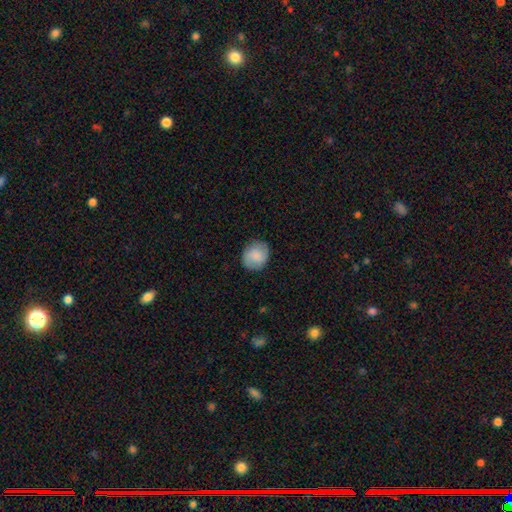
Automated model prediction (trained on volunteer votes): smooth-or-featured: smooth: 76% | featured or disk: 16% | star or artifact: 7%
  how-rounded: round: 70% | in between: 29% | cigar-shaped: 1%
  merging: none: 85% | minor disturbance: 11% | major disturbance: 3% | merger: 1%